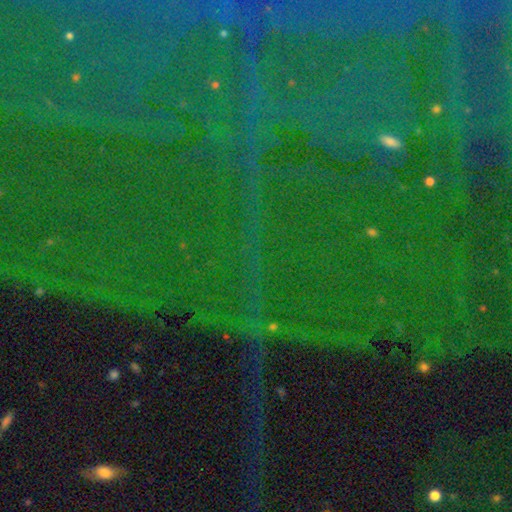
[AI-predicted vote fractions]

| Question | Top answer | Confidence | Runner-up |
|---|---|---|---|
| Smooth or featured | star or artifact | 86% | featured or disk (7%) |